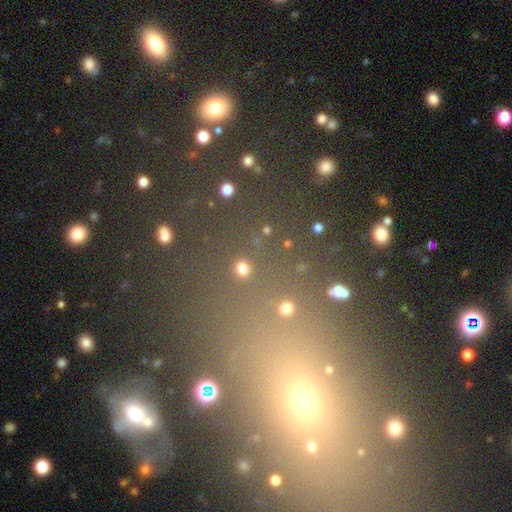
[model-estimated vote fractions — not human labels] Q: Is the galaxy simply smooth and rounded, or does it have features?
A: star or artifact — 44%.